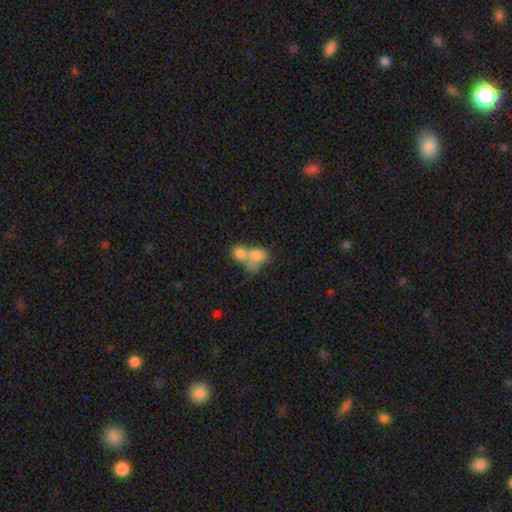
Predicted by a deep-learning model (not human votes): Smooth or featured? Predicted: smooth (p=0.76). How rounded? Predicted: in between (p=0.67). Merging? Predicted: merger (p=0.75).